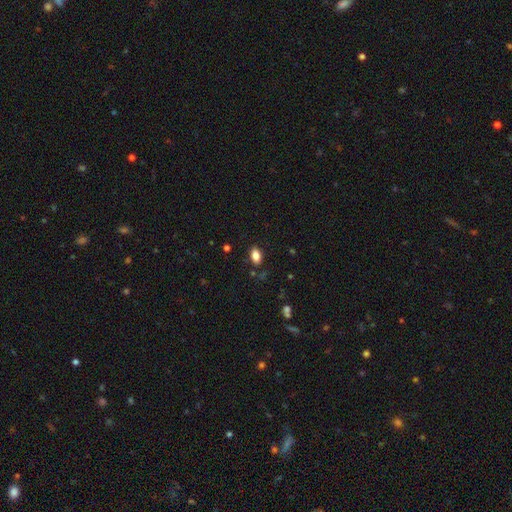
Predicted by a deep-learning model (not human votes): This appears to be a smooth galaxy with no disk features (85%) that is in between round and cigar-shaped (89%). Merging: none (84%).